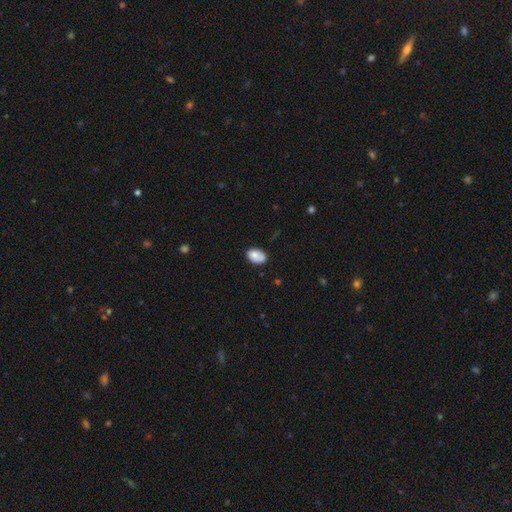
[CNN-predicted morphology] Overall: smooth (79%). How rounded: in between (86%). Merging: none (62%; minor disturbance 24%).